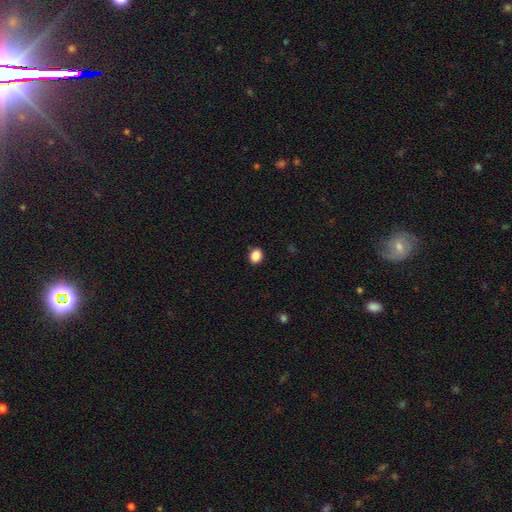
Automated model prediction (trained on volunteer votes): Smooth or featured? smooth (88%)
How rounded? round (50%)
Merging? none (89%)